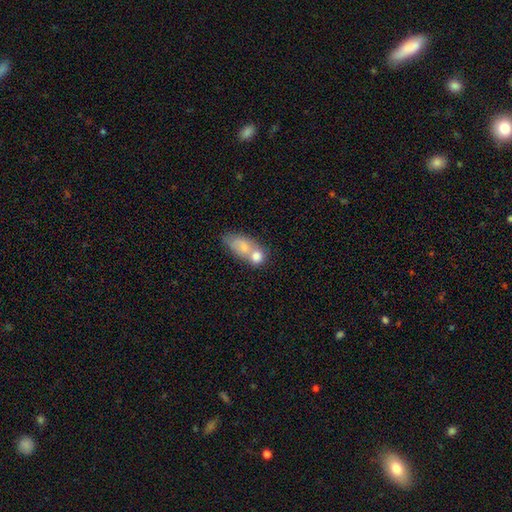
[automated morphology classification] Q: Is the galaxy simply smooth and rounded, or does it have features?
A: smooth — 73%.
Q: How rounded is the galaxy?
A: in between — 63%.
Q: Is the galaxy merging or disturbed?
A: merger — 63%.